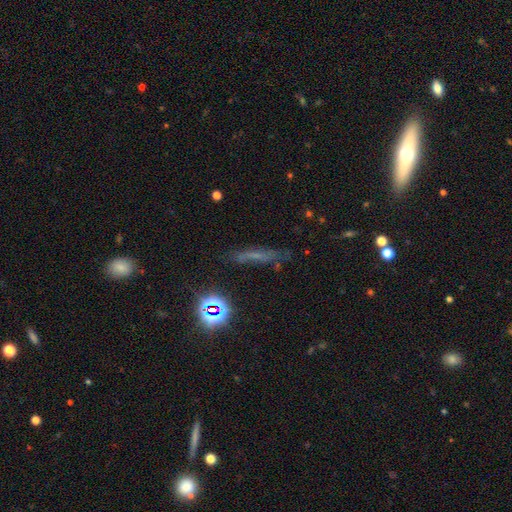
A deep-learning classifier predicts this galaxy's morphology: Q: Smooth or featured?
A: smooth (38%); runner-up: featured or disk (32%)
Q: Merging?
A: none (70%); runner-up: minor disturbance (19%)